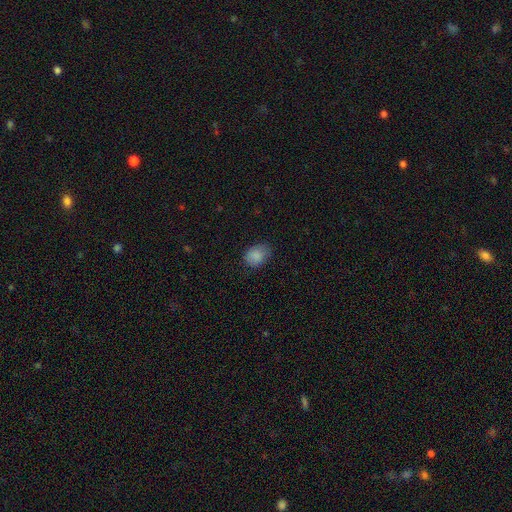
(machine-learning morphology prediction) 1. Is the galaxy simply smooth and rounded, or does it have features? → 86% smooth, 8% star or artifact, 5% featured or disk.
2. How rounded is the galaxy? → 70% in between, 29% round, 1% cigar-shaped.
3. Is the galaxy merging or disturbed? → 70% none, 24% minor disturbance, 5% major disturbance, 1% merger.